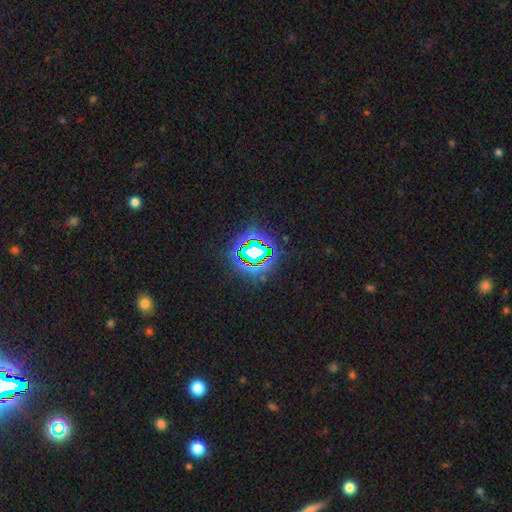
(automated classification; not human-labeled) The model was most divided on "smooth or featured": star or artifact: 78%, smooth: 13%, featured or disk: 9%.